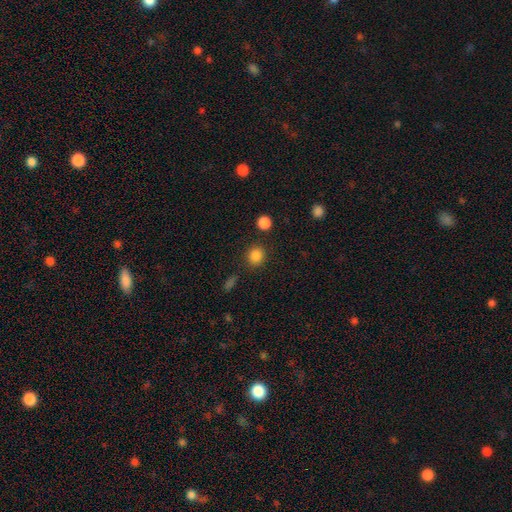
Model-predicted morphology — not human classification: Q: Smooth or featured?
A: smooth (85%); runner-up: star or artifact (11%)
Q: How rounded?
A: round (86%); runner-up: in between (13%)
Q: Merging?
A: none (86%); runner-up: minor disturbance (8%)